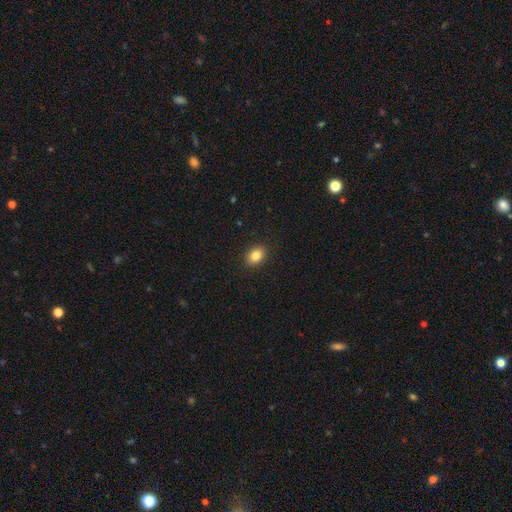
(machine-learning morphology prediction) Smooth or featured: smooth — 84% (star or artifact — 10%)
How rounded: in between — 65% (round — 34%)
Merging: none — 90% (minor disturbance — 7%)